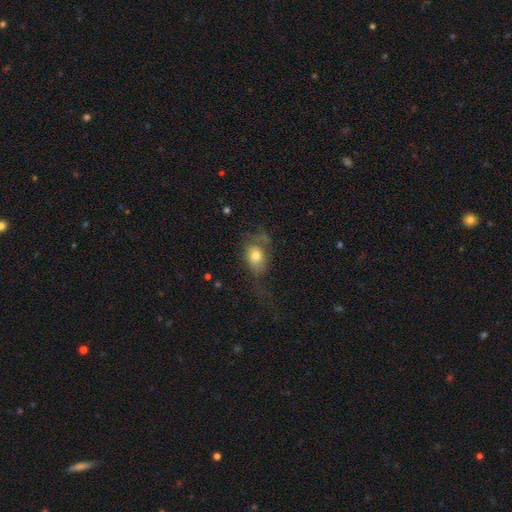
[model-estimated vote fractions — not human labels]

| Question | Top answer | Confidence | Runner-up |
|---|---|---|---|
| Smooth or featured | smooth | 69% | featured or disk (22%) |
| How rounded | in between | 70% | round (28%) |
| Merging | major disturbance | 41% | none (31%) |